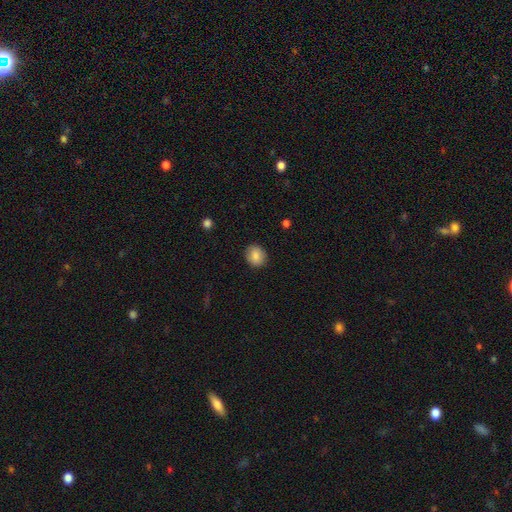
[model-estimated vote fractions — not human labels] Overall: smooth (86%). How rounded: round (66%; in between 33%). Merging: none (89%).